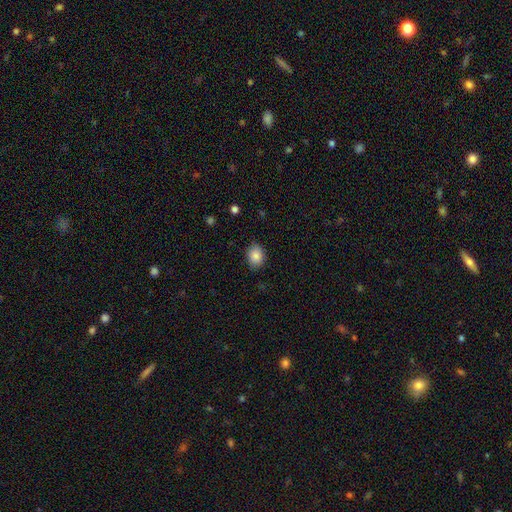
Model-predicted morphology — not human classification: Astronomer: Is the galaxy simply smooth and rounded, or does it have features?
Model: smooth — 86%.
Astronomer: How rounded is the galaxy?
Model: in between — 56% (runner-up: round, 43%).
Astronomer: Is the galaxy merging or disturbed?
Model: none — 82%.